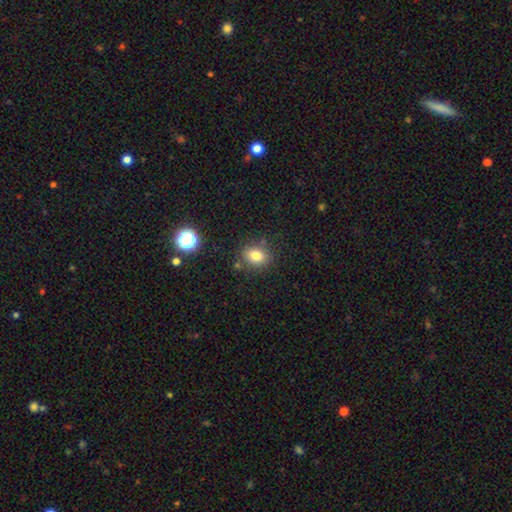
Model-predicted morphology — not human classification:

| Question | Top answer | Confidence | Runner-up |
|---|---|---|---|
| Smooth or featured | smooth | 80% | star or artifact (13%) |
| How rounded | round | 50% | in between (49%) |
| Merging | none | 80% | minor disturbance (12%) |